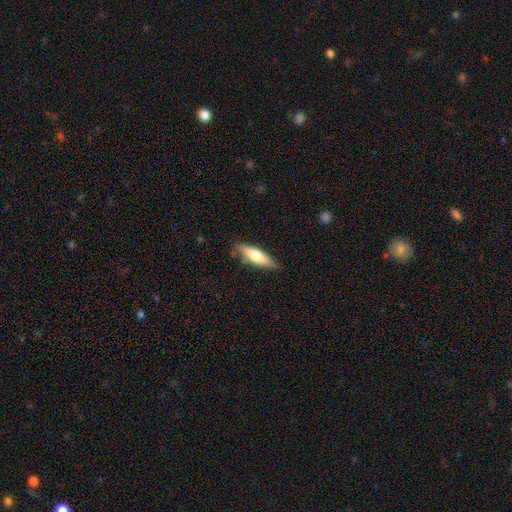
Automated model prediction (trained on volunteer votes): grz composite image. It shows a smooth galaxy with no disk features (62%) that is cigar-shaped (54%). Merging: none (80%).